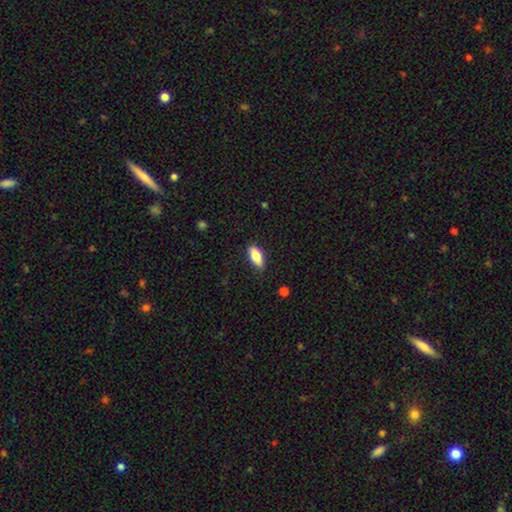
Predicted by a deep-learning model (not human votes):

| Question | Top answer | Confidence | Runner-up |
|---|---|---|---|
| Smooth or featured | smooth | 77% | featured or disk (17%) |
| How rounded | in between | 77% | cigar-shaped (20%) |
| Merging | none | 85% | minor disturbance (12%) |